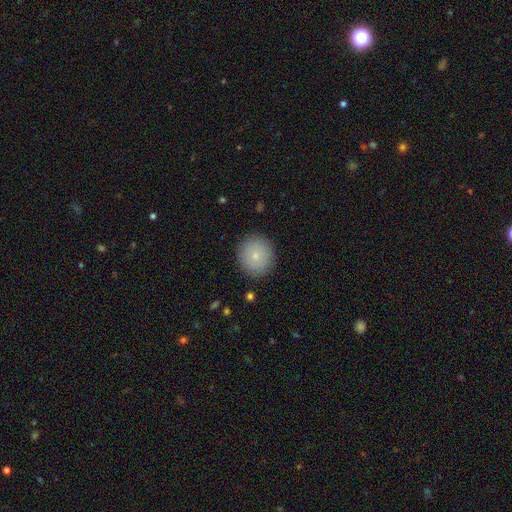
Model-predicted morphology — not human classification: Q: Smooth or featured?
A: smooth (79%); runner-up: featured or disk (13%)
Q: How rounded?
A: round (85%); runner-up: in between (14%)
Q: Merging?
A: none (89%); runner-up: minor disturbance (8%)